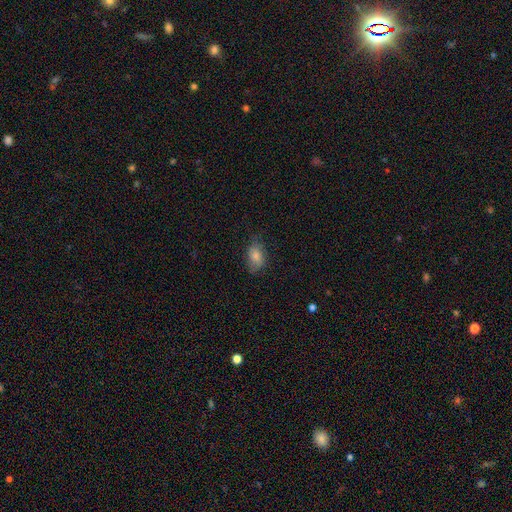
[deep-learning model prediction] Overall: smooth (71%). How rounded: in between (85%). Merging: none (72%).